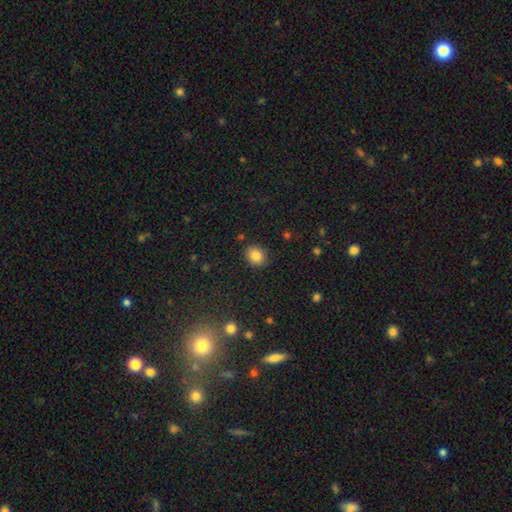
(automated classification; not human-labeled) The model was most divided on "how rounded": round: 59%, in between: 41%, cigar-shaped: 1%. More confident: merging — none (87%); smooth or featured — smooth (85%).